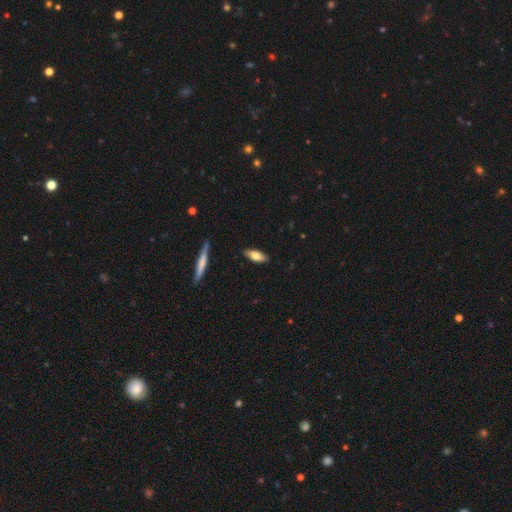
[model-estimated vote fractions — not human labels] smooth 72%, featured or disk 22%, star or artifact 6%. Down the decision tree: how rounded — in between (68%); merging — none (87%).